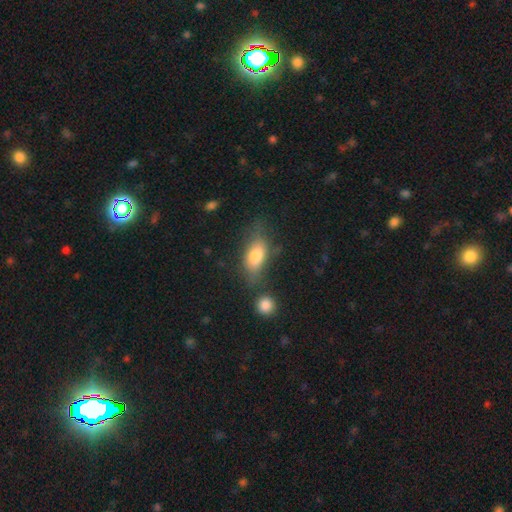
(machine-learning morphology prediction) type=smooth (73%); roundness=in between (82%); merging=none (52%).